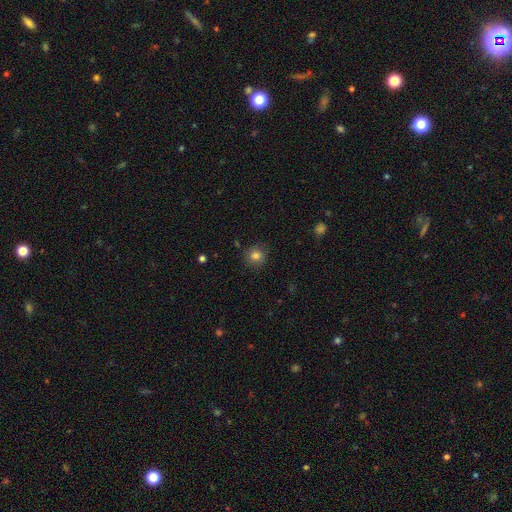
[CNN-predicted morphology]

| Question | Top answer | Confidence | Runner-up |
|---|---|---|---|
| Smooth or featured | smooth | 82% | star or artifact (12%) |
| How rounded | round | 87% | in between (12%) |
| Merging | none | 84% | minor disturbance (11%) |